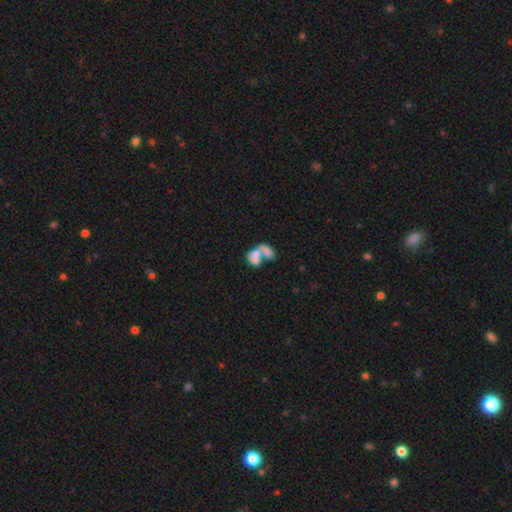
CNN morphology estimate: This is possibly a smooth galaxy (60%). How rounded: likely in between (75%). Merging: likely merger (72%).